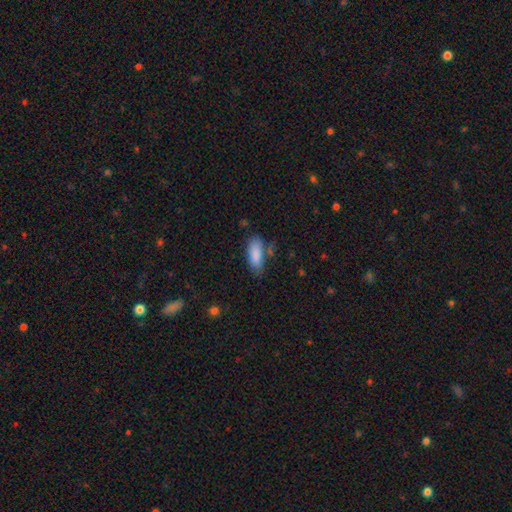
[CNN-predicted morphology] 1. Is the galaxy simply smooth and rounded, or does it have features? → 87% smooth, 7% featured or disk, 6% star or artifact.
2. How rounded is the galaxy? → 81% in between, 16% cigar-shaped, 2% round.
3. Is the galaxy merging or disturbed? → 67% none, 22% minor disturbance, 6% major disturbance, 5% merger.